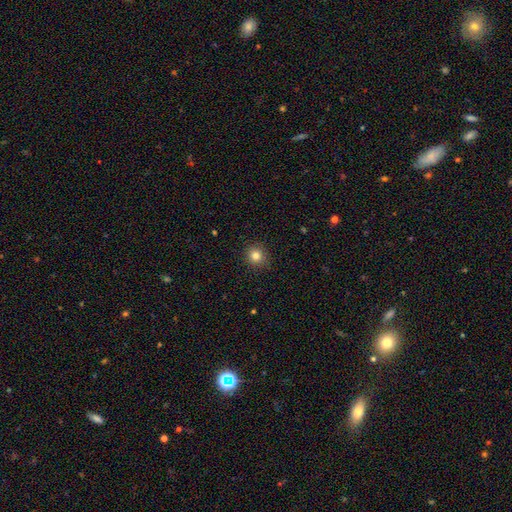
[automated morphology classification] Q: Smooth or featured?
A: smooth (82%); runner-up: star or artifact (12%)
Q: How rounded?
A: round (89%); runner-up: in between (10%)
Q: Merging?
A: none (89%); runner-up: minor disturbance (8%)